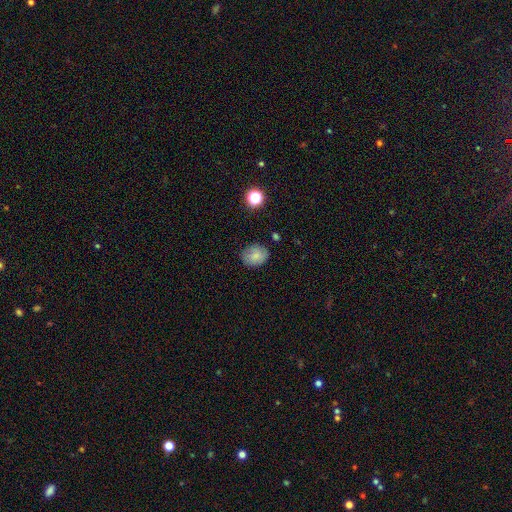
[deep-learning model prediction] Smooth or featured: smooth — 77% (featured or disk — 13%)
How rounded: round — 59% (in between — 40%)
Merging: none — 80% (minor disturbance — 15%)